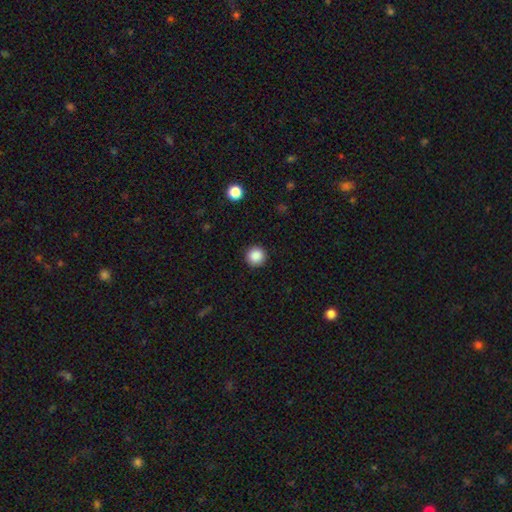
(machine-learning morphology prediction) Overall: smooth (87%). How rounded: round (95%). Merging: none (92%).